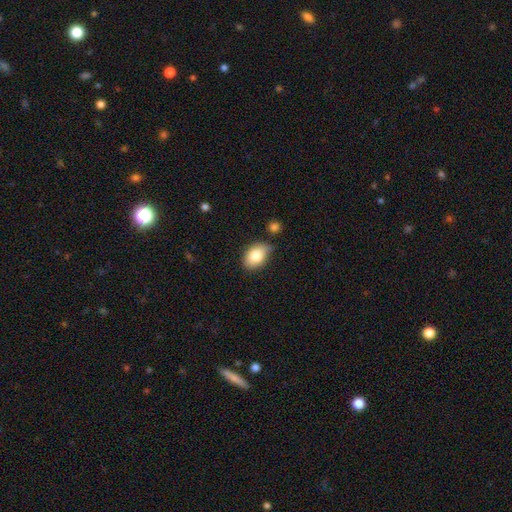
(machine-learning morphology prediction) A smooth galaxy with no disk features (81%) that is in between round and cigar-shaped (83%). Merging: none (66%).